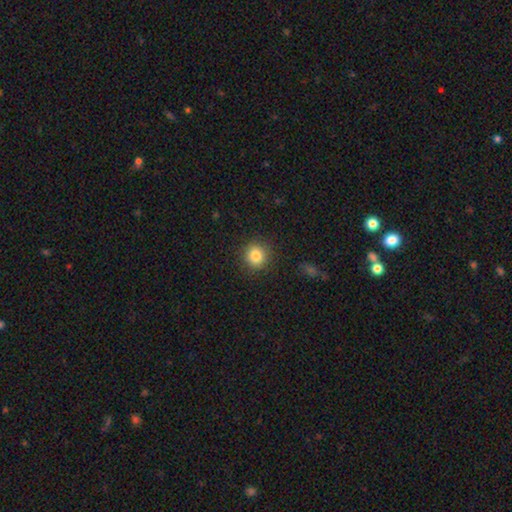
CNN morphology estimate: A smooth galaxy with no disk features (83%) that is round (91%).

Vote fractions:
- Smooth or featured? smooth: 83% / star or artifact: 11% / featured or disk: 6%
- How rounded? round: 91% / in between: 8% / cigar-shaped: 1%
- Merging? none: 90% / minor disturbance: 7% / major disturbance: 2% / merger: 1%